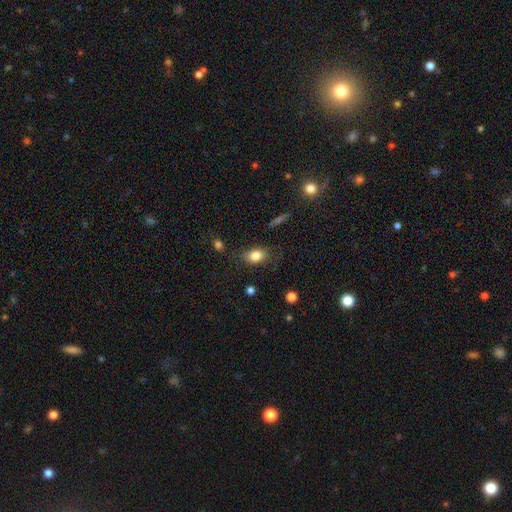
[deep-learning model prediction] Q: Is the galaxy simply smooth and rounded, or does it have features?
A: smooth — 82%.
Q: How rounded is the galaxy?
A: in between — 82%.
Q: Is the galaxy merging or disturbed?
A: none — 76%.